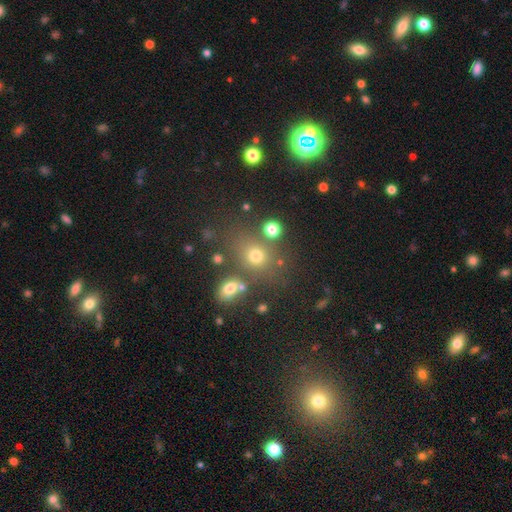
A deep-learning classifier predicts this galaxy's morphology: type=smooth (69%); roundness=round (65%); merging=none (66%).